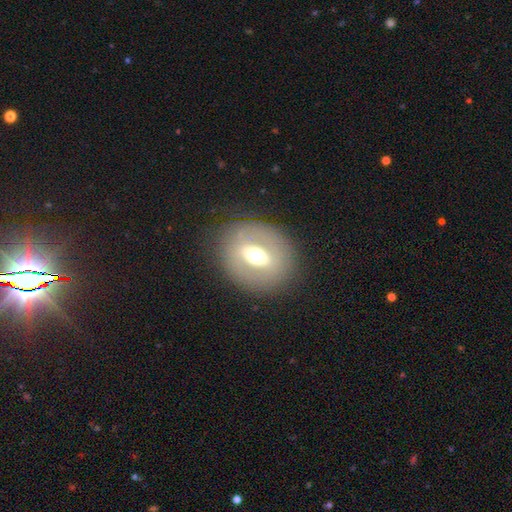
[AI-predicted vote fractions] Q: Smooth or featured?
A: featured or disk (55%); runner-up: smooth (36%)
Q: Edge-on disk?
A: no (80%); runner-up: yes (20%)
Q: Merging?
A: none (81%); runner-up: minor disturbance (11%)